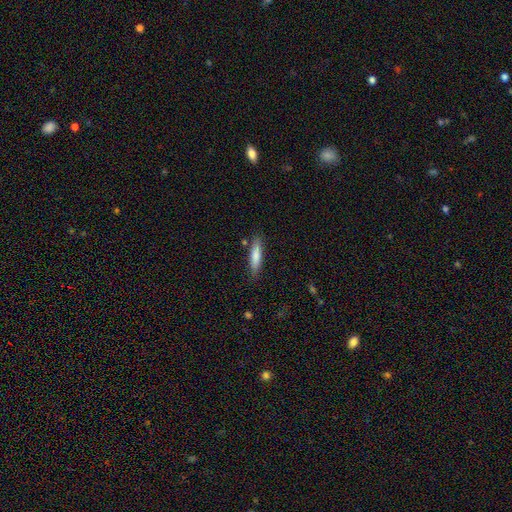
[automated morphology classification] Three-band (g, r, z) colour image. It shows a smooth galaxy with no disk features (77%) that is cigar-shaped (79%). Merging: none (83%).